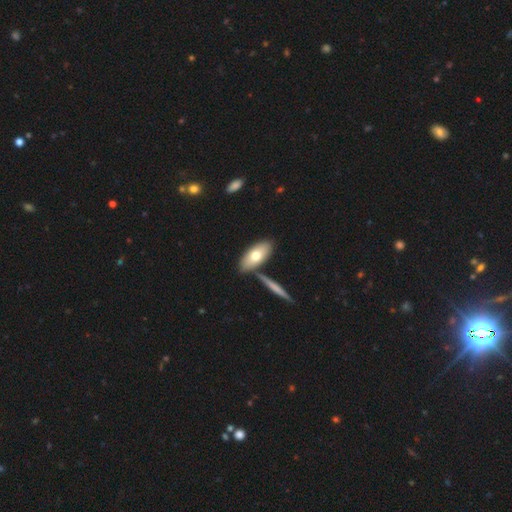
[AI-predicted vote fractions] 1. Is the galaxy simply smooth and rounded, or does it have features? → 69% smooth, 25% featured or disk, 6% star or artifact.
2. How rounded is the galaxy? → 84% in between, 13% cigar-shaped, 3% round.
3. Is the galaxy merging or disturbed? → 70% none, 15% merger, 12% minor disturbance, 3% major disturbance.